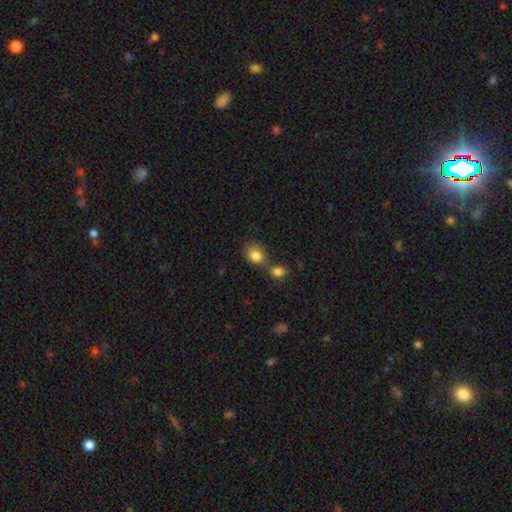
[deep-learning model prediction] Smooth or featured: smooth — 84% (star or artifact — 10%)
How rounded: round — 54% (in between — 45%)
Merging: none — 50% (merger — 34%)